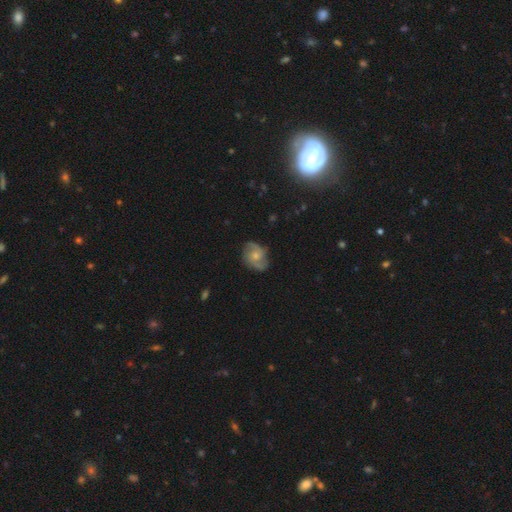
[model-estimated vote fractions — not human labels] Smooth or featured? Predicted: featured or disk (p=0.74). Edge-on disk? Predicted: no (p=0.97). Bar? Predicted: no (p=0.69). Spiral arms? Predicted: yes (p=0.94). Spiral winding? Predicted: medium (p=0.51). Spiral arm count? Predicted: 2 (p=0.66). Bulge size? Predicted: moderate (p=0.46). Merging? Predicted: none (p=0.74).